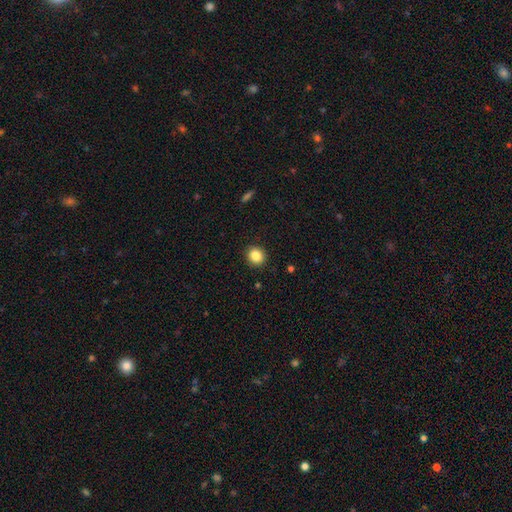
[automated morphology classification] The model was most divided on "how rounded": round: 82%, in between: 17%, cigar-shaped: 1%. More confident: merging — none (91%); smooth or featured — smooth (86%).